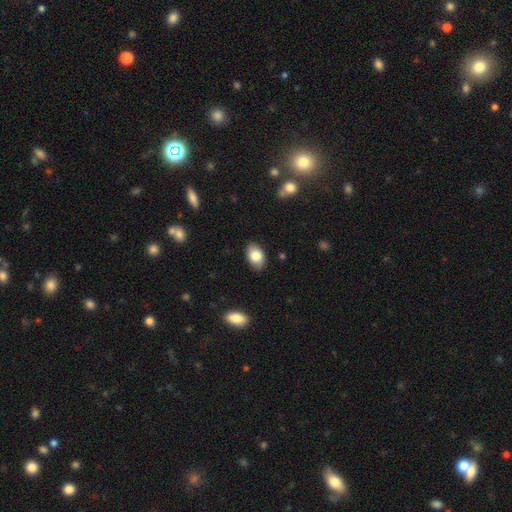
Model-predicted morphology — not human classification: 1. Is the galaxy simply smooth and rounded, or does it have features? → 84% smooth, 10% featured or disk, 7% star or artifact.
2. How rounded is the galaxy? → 89% in between, 10% round, 1% cigar-shaped.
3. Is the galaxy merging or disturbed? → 85% none, 11% minor disturbance, 2% major disturbance, 1% merger.